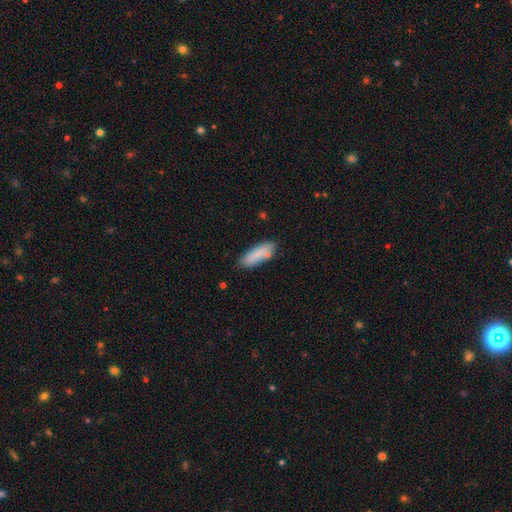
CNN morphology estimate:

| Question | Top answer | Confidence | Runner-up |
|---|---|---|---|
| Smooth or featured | smooth | 83% | featured or disk (11%) |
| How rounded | in between | 53% | cigar-shaped (45%) |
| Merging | none | 76% | minor disturbance (16%) |